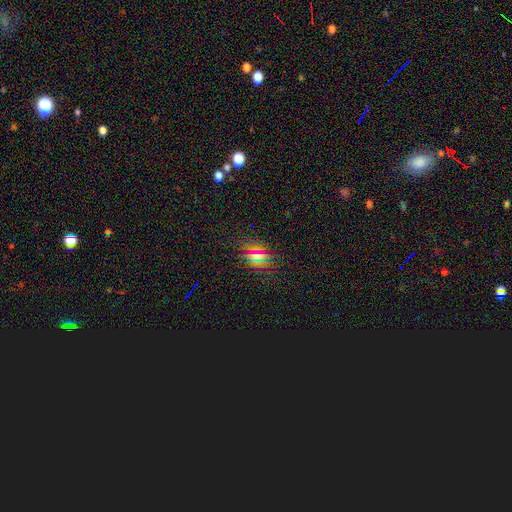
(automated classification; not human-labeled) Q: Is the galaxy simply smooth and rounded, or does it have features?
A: smooth — 48%.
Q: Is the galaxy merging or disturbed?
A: none — 82%.